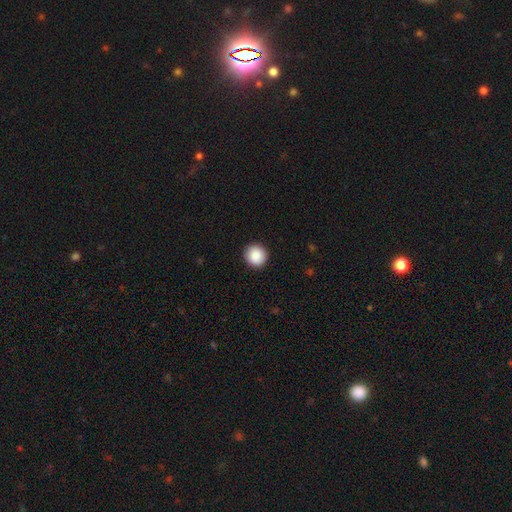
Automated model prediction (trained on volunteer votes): The model was most divided on "smooth or featured": smooth: 89%, star or artifact: 8%, featured or disk: 3%. More confident: how rounded — round (94%); merging — none (92%).